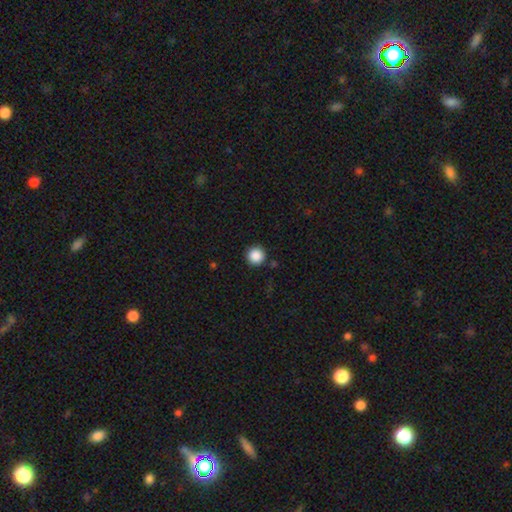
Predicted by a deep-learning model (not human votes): Morphology: type=smooth (88%); roundness=round (96%); merging=none (91%).